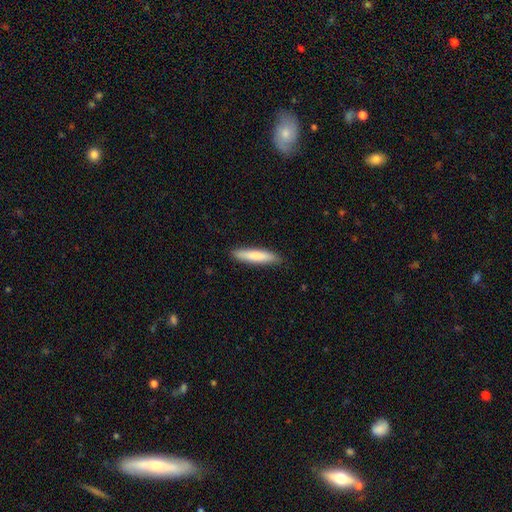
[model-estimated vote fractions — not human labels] This appears to be a smooth galaxy with no disk features (81%) that is cigar-shaped (83%). Merging: none (89%).